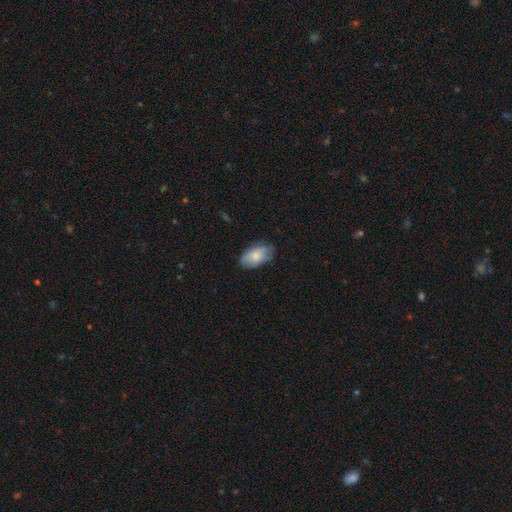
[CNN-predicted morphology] Smooth or featured? smooth (75%)
How rounded? in between (94%)
Merging? none (72%)